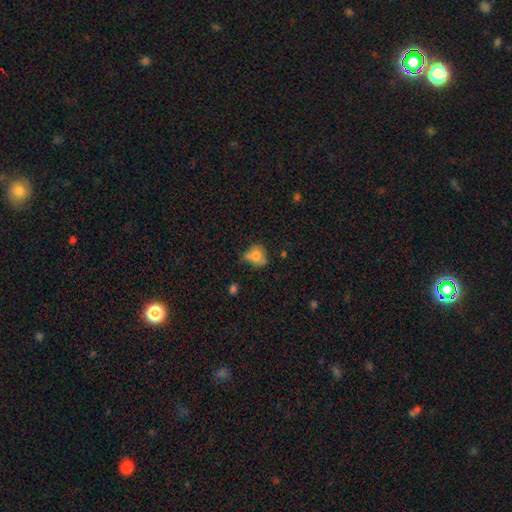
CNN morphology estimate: smooth-or-featured: smooth: 70% | featured or disk: 19% | star or artifact: 10%
  how-rounded: round: 70% | in between: 29% | cigar-shaped: 1%
  merging: none: 49% | minor disturbance: 29% | merger: 11% | major disturbance: 11%